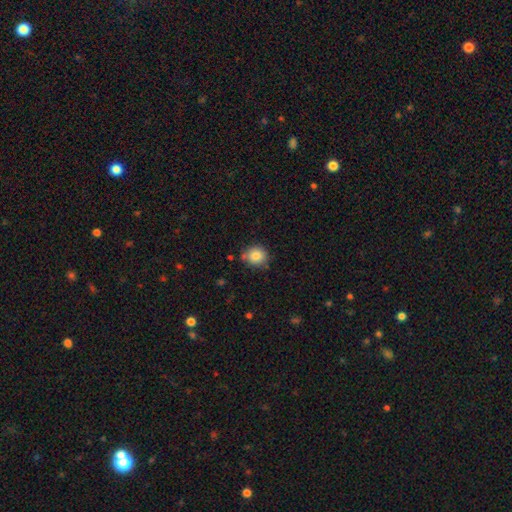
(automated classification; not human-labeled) The model was most divided on "merging": none: 77%, minor disturbance: 15%, merger: 4%, major disturbance: 3%. More confident: smooth or featured — smooth (84%); how rounded — round (82%).